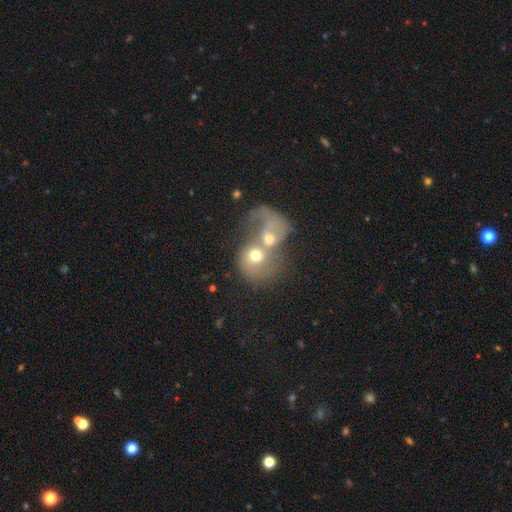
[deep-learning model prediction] Smooth or featured?
  - smooth: 51% *
  - featured or disk: 37%
  - star or artifact: 11%
How rounded?
  - round: 66% *
  - in between: 33%
  - cigar-shaped: 1%
Merging?
  - merger: 81% *
  - major disturbance: 8%
  - none: 7%
  - minor disturbance: 3%